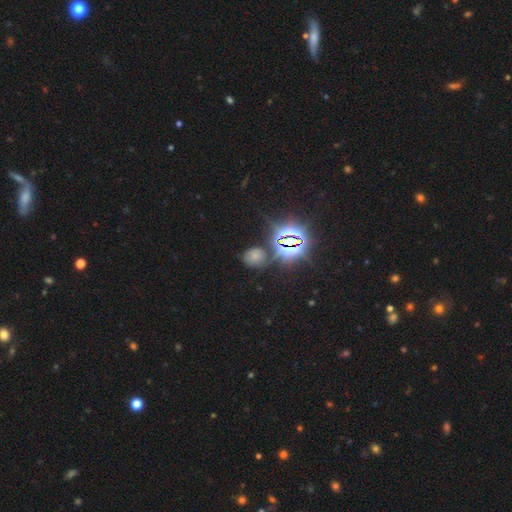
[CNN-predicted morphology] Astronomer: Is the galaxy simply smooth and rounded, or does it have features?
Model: star or artifact — 47% (runner-up: smooth, 41%).